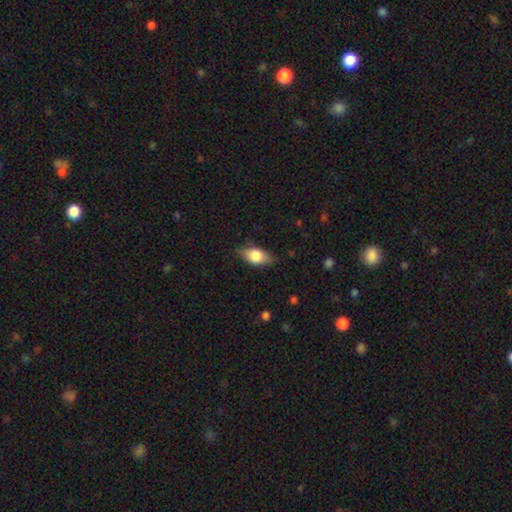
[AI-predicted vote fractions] The model was most divided on "smooth or featured": smooth: 69%, featured or disk: 23%, star or artifact: 8%. More confident: how rounded — in between (82%); merging — none (75%).